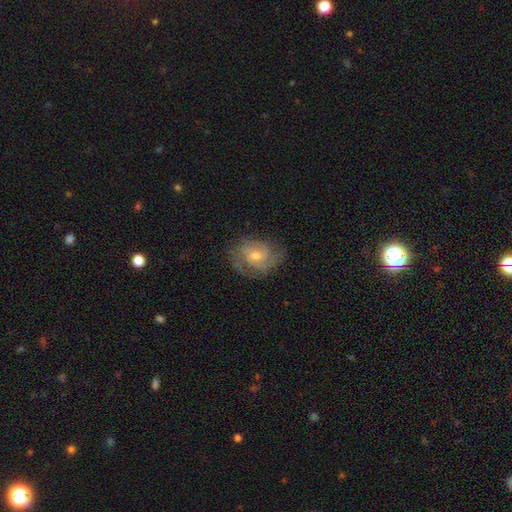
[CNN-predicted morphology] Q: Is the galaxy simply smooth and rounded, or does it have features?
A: featured or disk — 77%.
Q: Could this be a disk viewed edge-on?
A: no — 97%.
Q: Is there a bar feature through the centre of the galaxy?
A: no — 50%.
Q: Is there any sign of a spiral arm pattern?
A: yes — 92%.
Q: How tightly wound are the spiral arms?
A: tight — 48%.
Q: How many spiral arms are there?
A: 2 — 43%.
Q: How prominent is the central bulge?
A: moderate — 56%.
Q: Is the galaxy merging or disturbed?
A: none — 70%.